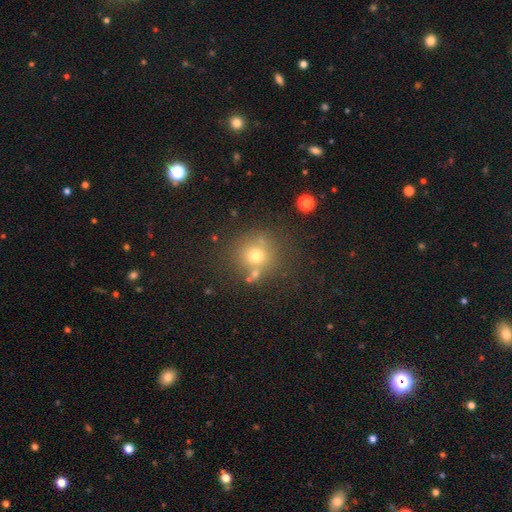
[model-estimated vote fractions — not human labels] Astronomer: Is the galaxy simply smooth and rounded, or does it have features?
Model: smooth — 69%.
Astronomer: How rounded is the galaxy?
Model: round — 89%.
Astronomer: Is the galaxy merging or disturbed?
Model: none — 72%.